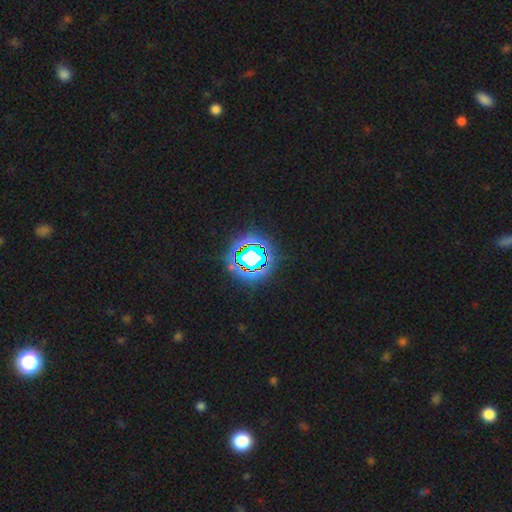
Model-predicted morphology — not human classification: type=star or artifact (68%).